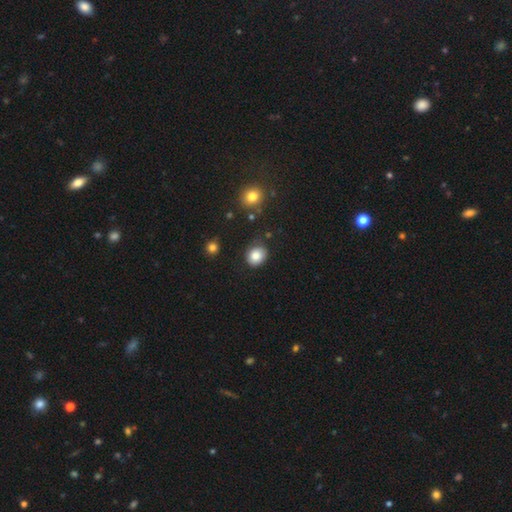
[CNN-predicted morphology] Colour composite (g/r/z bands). It shows a smooth galaxy with no disk features (85%) that is round (66%). Merging: none (79%).